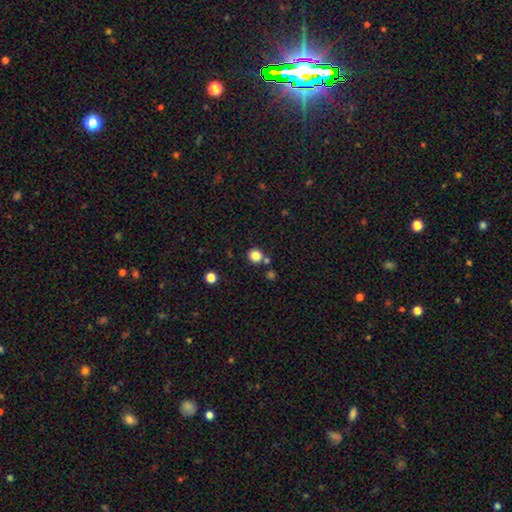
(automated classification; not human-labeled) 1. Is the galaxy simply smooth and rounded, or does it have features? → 83% smooth, 12% star or artifact, 5% featured or disk.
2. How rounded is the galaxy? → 89% round, 10% in between, 1% cigar-shaped.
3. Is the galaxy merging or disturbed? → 76% none, 13% merger, 8% minor disturbance, 3% major disturbance.